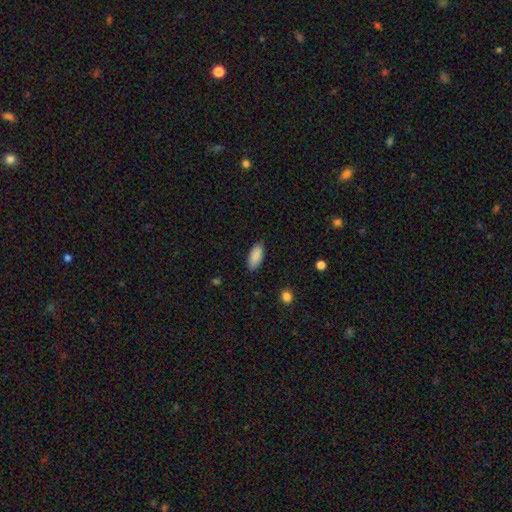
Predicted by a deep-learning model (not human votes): Q: Smooth or featured?
A: smooth (88%); runner-up: star or artifact (6%)
Q: How rounded?
A: in between (89%); runner-up: cigar-shaped (9%)
Q: Merging?
A: none (86%); runner-up: minor disturbance (11%)